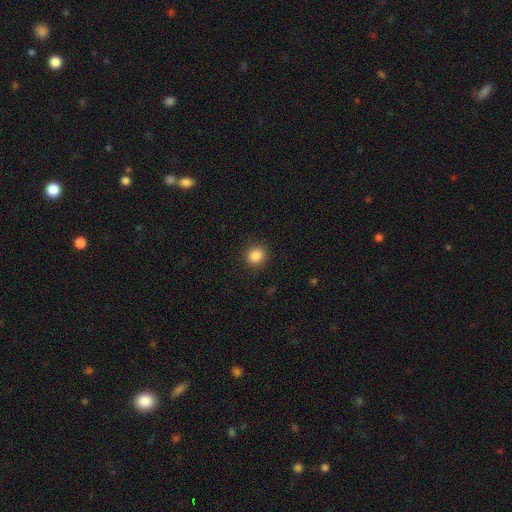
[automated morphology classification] A smooth galaxy with no disk features (86%) that is round (84%).

Vote fractions:
- Smooth or featured? smooth: 86% / star or artifact: 10% / featured or disk: 3%
- How rounded? round: 84% / in between: 15% / cigar-shaped: 1%
- Merging? none: 89% / minor disturbance: 7% / major disturbance: 2% / merger: 1%